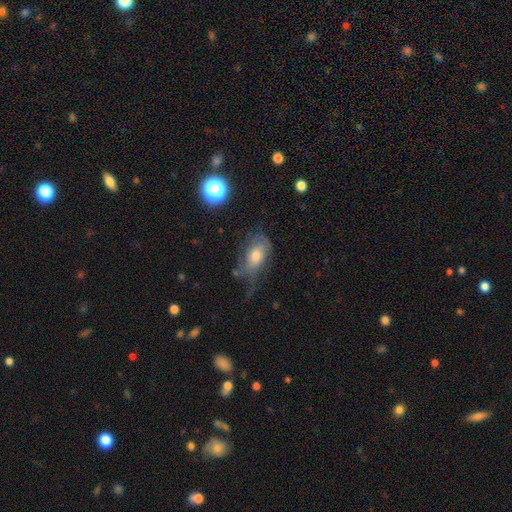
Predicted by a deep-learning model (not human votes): Smooth or featured? Predicted: smooth (p=0.54). How rounded? Predicted: in between (p=0.85). Merging? Predicted: none (p=0.43).